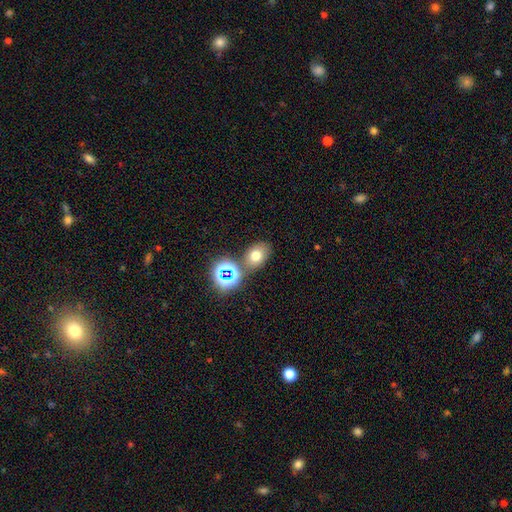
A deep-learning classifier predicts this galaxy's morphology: Overall: smooth (66%). How rounded: in between (68%; round 31%). Merging: none (70%).